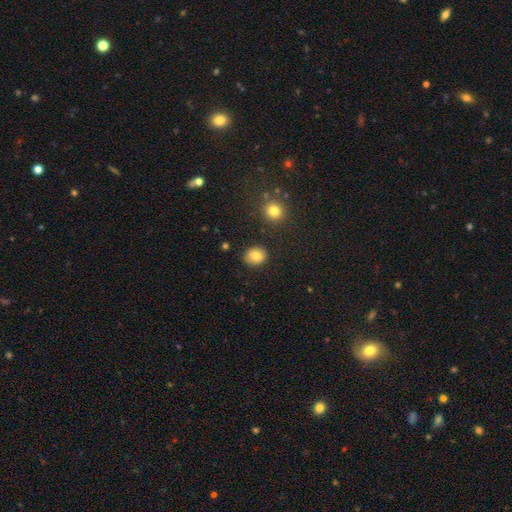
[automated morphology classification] Smooth or featured? smooth (81%)
How rounded? round (64%)
Merging? none (87%)